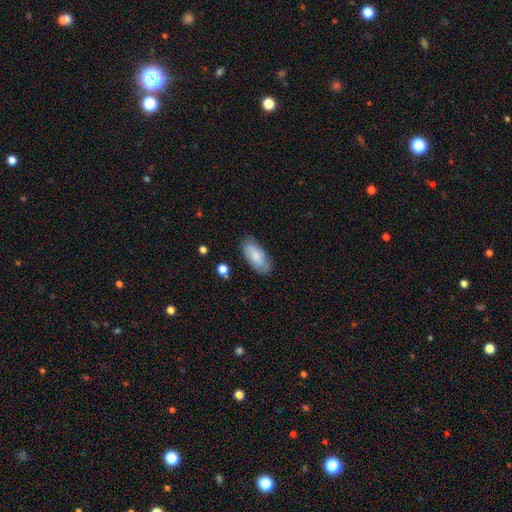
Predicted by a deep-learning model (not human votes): Morphology: type=smooth (74%); roundness=in between (89%); merging=none (80%).